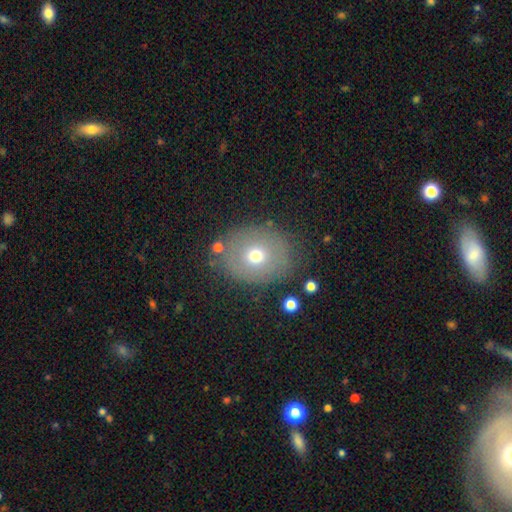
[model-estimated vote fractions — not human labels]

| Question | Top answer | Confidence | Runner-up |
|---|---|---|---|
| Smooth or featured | smooth | 61% | featured or disk (26%) |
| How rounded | round | 57% | in between (42%) |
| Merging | none | 82% | minor disturbance (12%) |